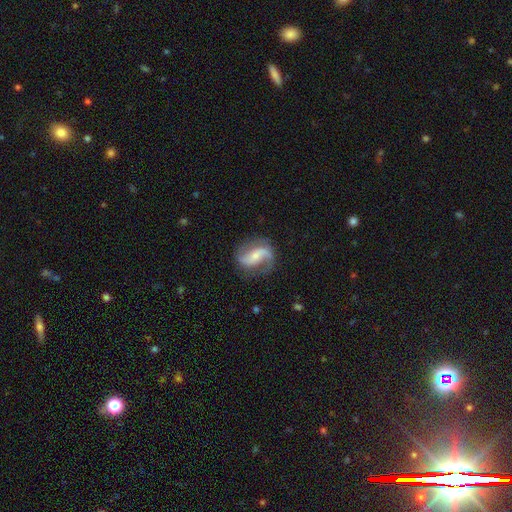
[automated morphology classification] The model was most divided on "bar": no: 38%, weak: 37%, strong: 26%. More confident: edge-on disk — no (97%); spiral arms — yes (96%); spiral arm count — 2 (87%); smooth or featured — featured or disk (84%); merging — none (73%); bulge size — small (57%); spiral winding — loose (53%).